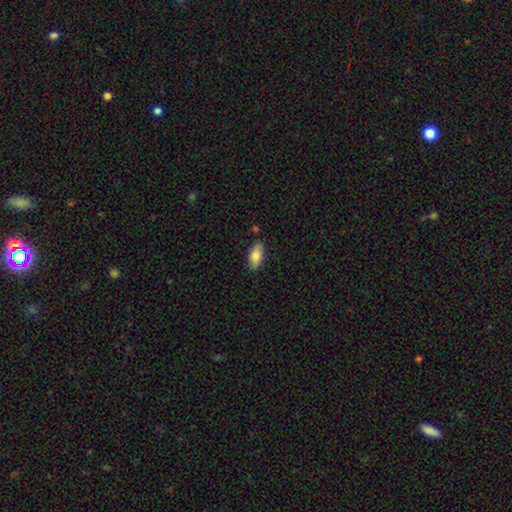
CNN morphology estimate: smooth_or_featured: smooth (p=0.79) [alt: featured or disk p=0.14]
how_rounded: in between (p=0.88) [alt: cigar-shaped p=0.10]
merging: none (p=0.84) [alt: minor disturbance p=0.12]